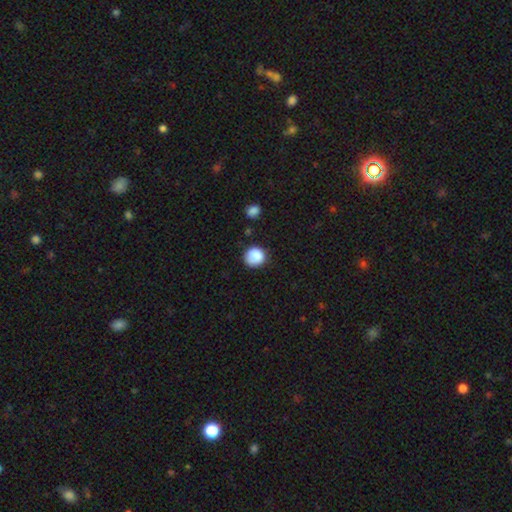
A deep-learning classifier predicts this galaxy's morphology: smooth 86%, star or artifact 9%, featured or disk 6%. Down the decision tree: how rounded — round (87%); merging — none (72%).